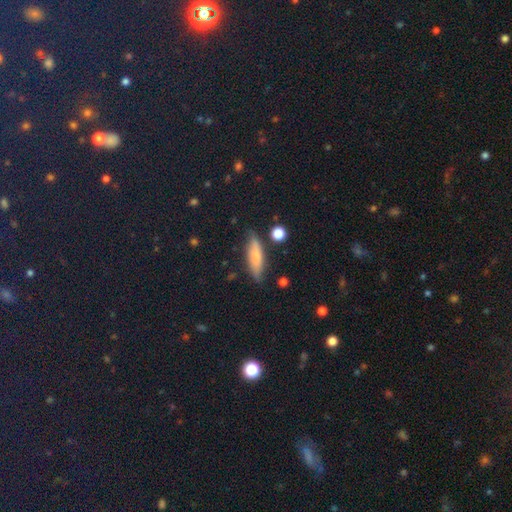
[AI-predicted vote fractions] The model was most divided on "how rounded": cigar-shaped: 63%, in between: 35%, round: 3%. More confident: merging — none (79%); smooth or featured — smooth (68%).